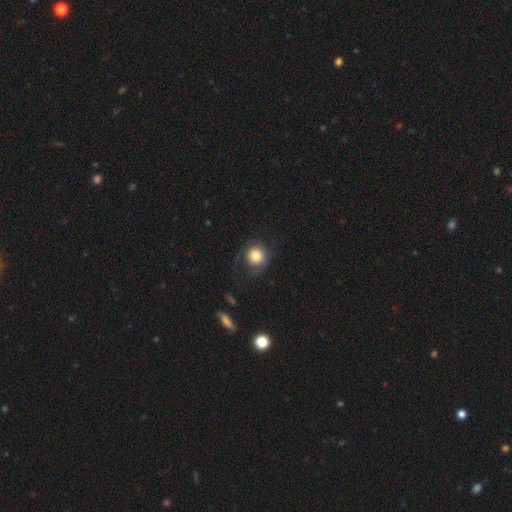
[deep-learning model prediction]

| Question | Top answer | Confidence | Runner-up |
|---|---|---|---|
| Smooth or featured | smooth | 78% | featured or disk (13%) |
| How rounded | round | 89% | in between (10%) |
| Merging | none | 65% | minor disturbance (18%) |